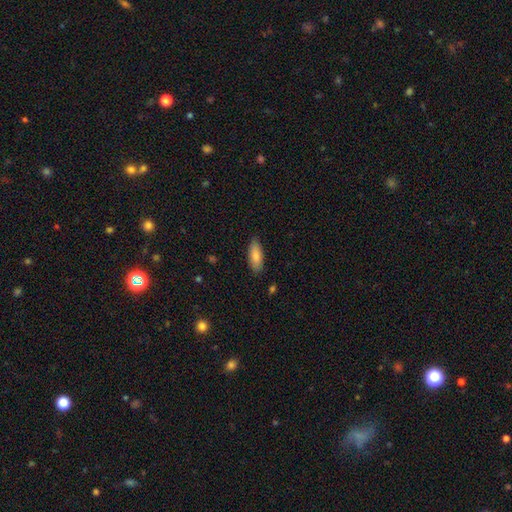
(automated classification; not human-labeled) Smooth or featured? smooth (83%)
How rounded? in between (73%)
Merging? none (87%)